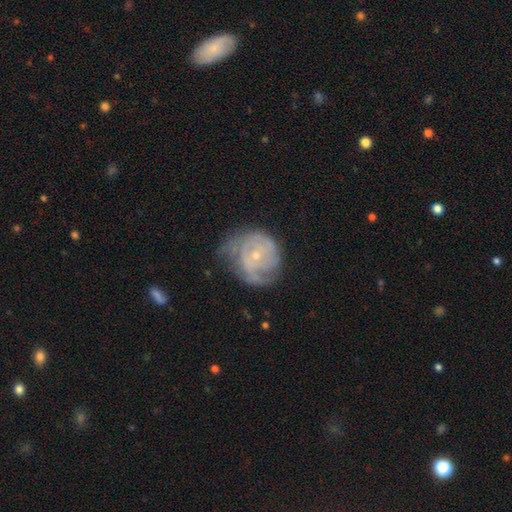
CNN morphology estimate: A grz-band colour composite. It shows a featured or disk galaxy (73%) with no bar (80%), tight (64%) spiral arms (81%) and a small central bulge (77%). Merging: none (49%).